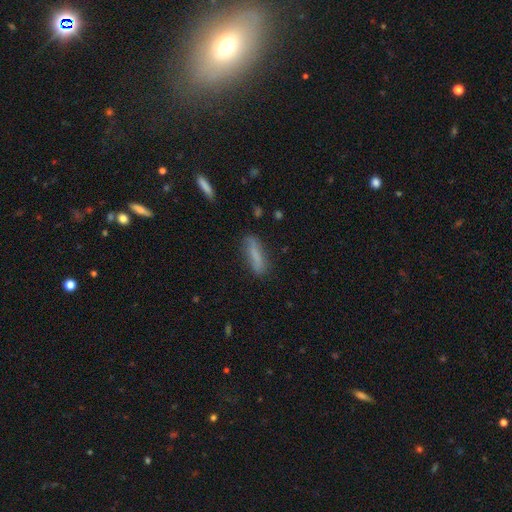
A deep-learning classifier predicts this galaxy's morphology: This appears to be a smooth galaxy with no disk features (76%) that is cigar-shaped (68%). Merging: none (74%).